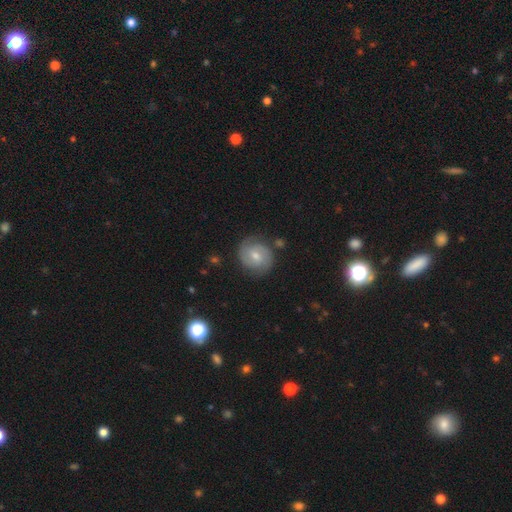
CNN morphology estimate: featured or disk 64%, smooth 29%, star or artifact 7%. Down the decision tree: edge-on disk — no (98%); bar — weak (49%); spiral arms — yes (90%); spiral arm count — 2 (76%); spiral winding — tight (51%); bulge size — moderate (58%); merging — none (79%).